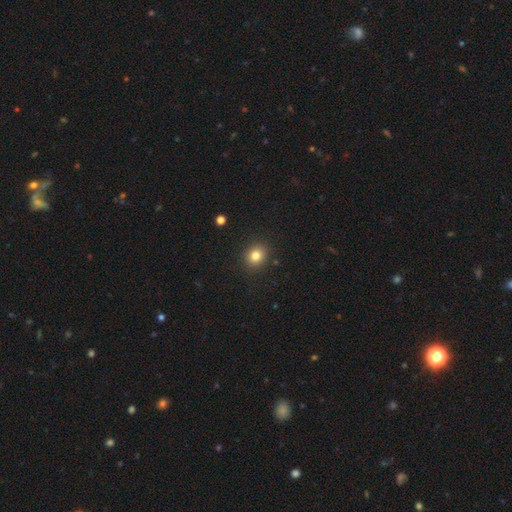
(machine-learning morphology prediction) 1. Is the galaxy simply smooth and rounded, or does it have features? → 80% smooth, 12% star or artifact, 7% featured or disk.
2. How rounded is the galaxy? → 78% round, 21% in between, 1% cigar-shaped.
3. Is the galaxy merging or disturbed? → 90% none, 7% minor disturbance, 2% major disturbance, 1% merger.